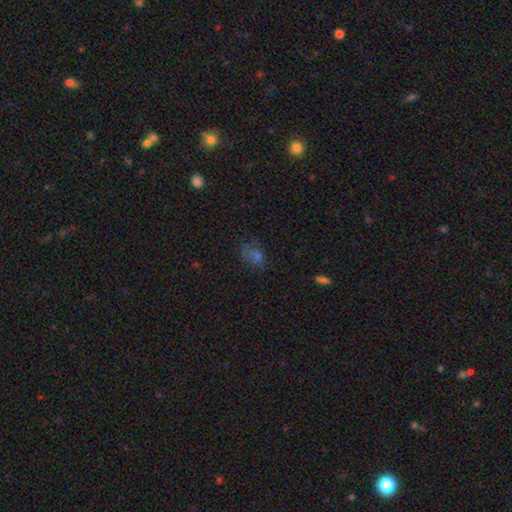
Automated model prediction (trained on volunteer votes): Overall: smooth (56%; star or artifact 26%). How rounded: in between (63%; round 35%). Merging: none (50%; minor disturbance 26%).